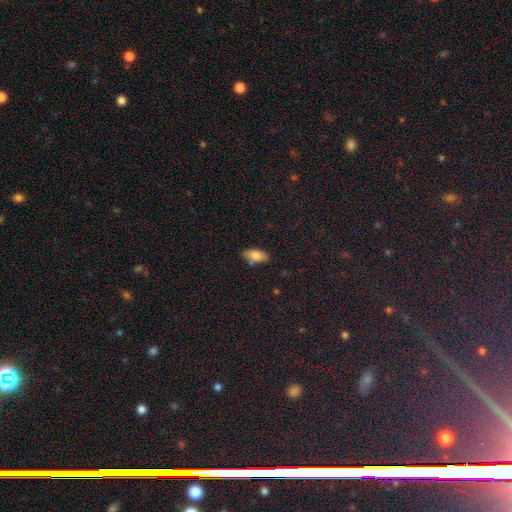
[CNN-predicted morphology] Q: Smooth or featured?
A: smooth (81%); runner-up: featured or disk (10%)
Q: How rounded?
A: in between (88%); runner-up: cigar-shaped (9%)
Q: Merging?
A: none (74%); runner-up: minor disturbance (17%)